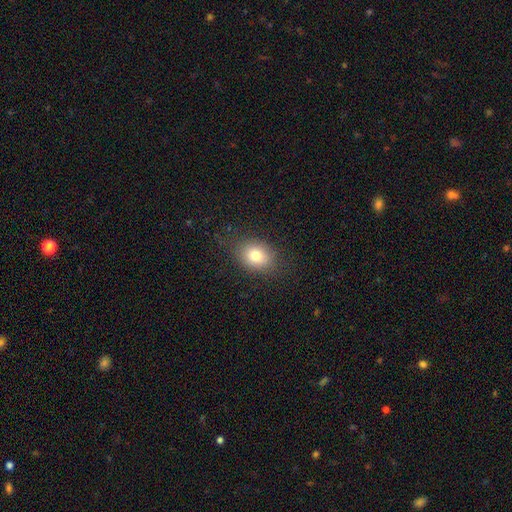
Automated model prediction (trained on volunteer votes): The model was most divided on "how rounded": in between: 63%, round: 36%, cigar-shaped: 1%. More confident: merging — none (81%); smooth or featured — smooth (78%).